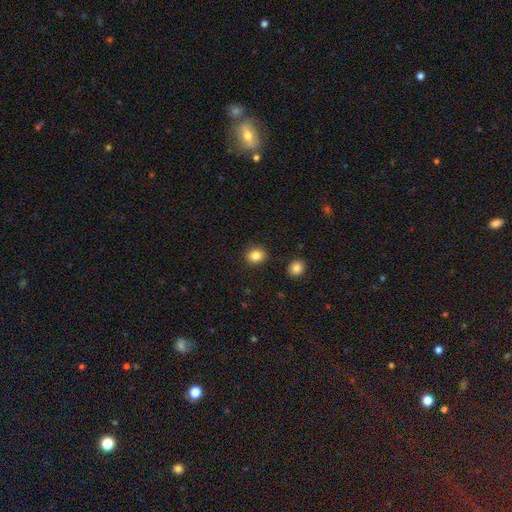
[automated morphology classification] Overall: smooth (84%). How rounded: round (63%; in between 36%). Merging: none (88%).